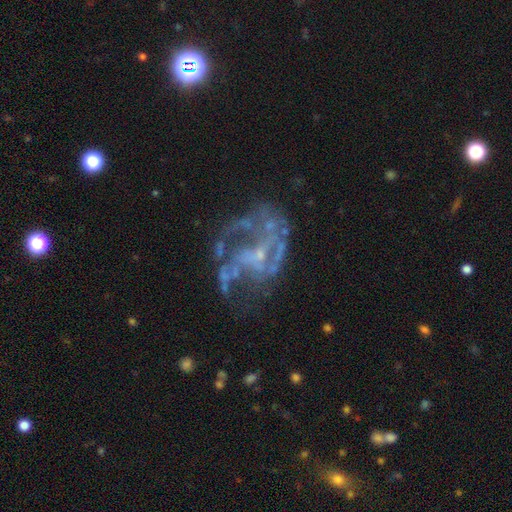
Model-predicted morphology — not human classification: featured or disk 79%, star or artifact 12%, smooth 8%. Down the decision tree: edge-on disk — no (98%); bar — no (64%); spiral arms — yes (66%); spiral arm count — can't tell (34%); spiral winding — medium (40%); bulge size — small (51%); merging — none (44%).